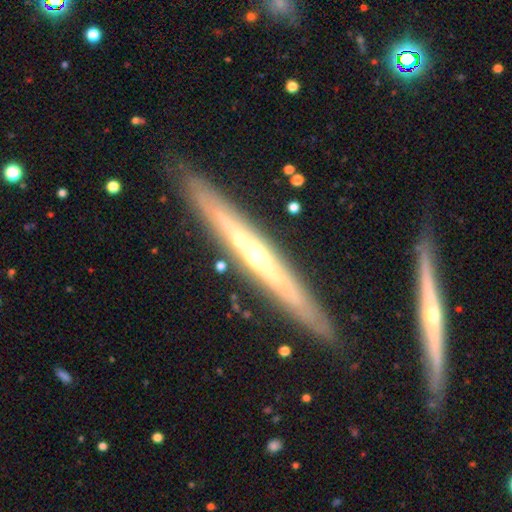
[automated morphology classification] Smooth or featured: featured or disk — 75% (smooth — 18%)
Edge-on disk: yes — 93% (no — 7%)
Edge-on bulge: rounded — 73% (none — 23%)
Merging: none — 86% (minor disturbance — 9%)